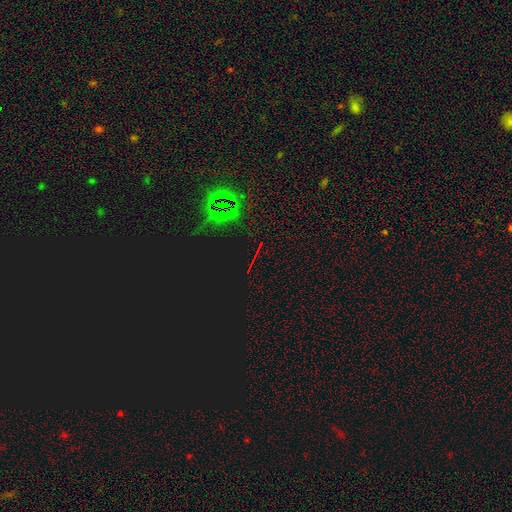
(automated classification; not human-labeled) A star or artifact, not a galaxy (83%).

Vote fractions:
- Smooth or featured? star or artifact: 83% / smooth: 9% / featured or disk: 8%